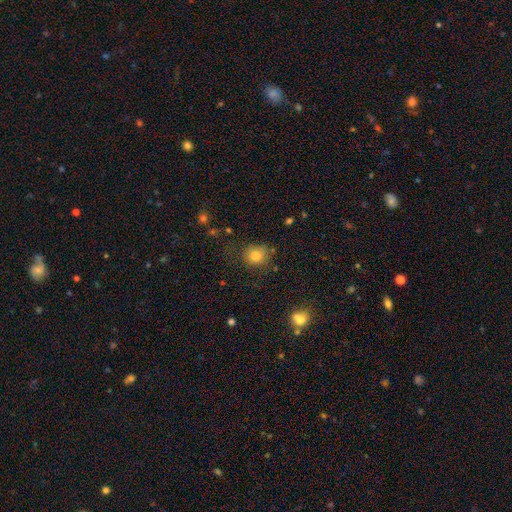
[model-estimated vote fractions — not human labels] Smooth or featured: smooth — 80% (star or artifact — 13%)
How rounded: round — 79% (in between — 20%)
Merging: none — 74% (minor disturbance — 17%)